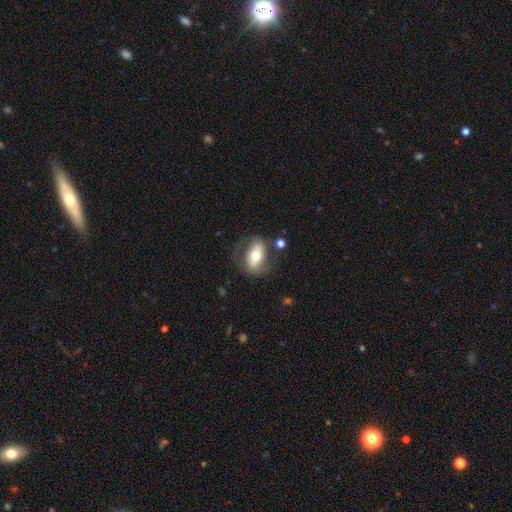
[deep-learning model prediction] smooth_or_featured: smooth (p=0.47) [alt: featured or disk p=0.46]
merging: none (p=0.66) [alt: minor disturbance p=0.19]